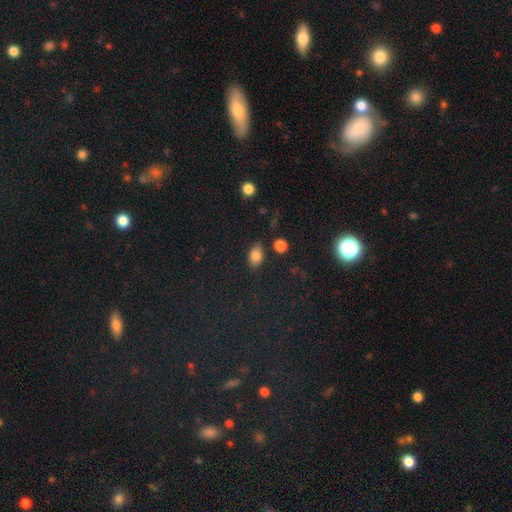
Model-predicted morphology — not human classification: Smooth or featured: smooth — 83% (star or artifact — 10%)
How rounded: in between — 79% (round — 19%)
Merging: none — 73% (minor disturbance — 18%)